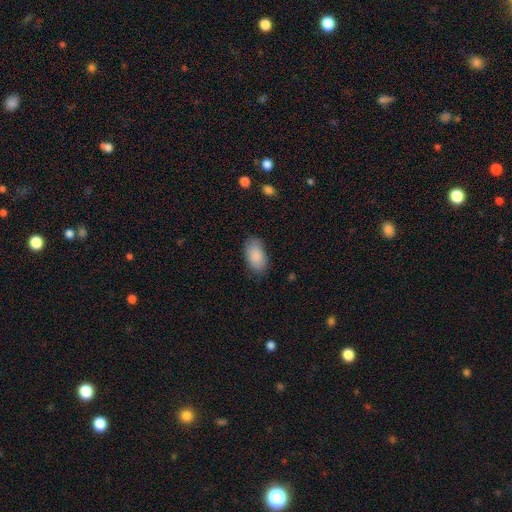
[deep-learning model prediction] Smooth or featured?
  - smooth: 89% *
  - star or artifact: 6%
  - featured or disk: 5%
How rounded?
  - in between: 94% *
  - round: 4%
  - cigar-shaped: 2%
Merging?
  - none: 81% *
  - minor disturbance: 15%
  - major disturbance: 4%
  - merger: 1%